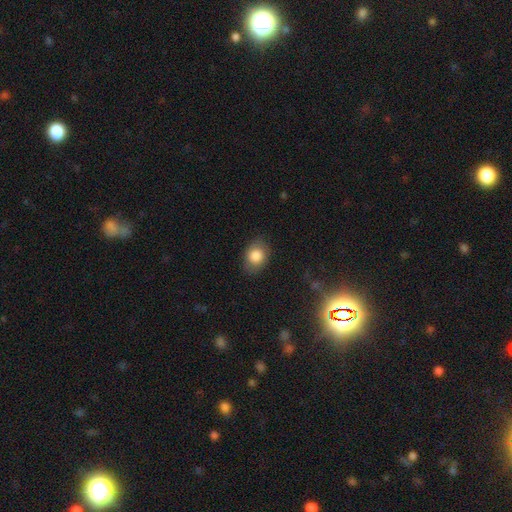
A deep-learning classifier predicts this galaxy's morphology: Smooth or featured? smooth (84%)
How rounded? in between (62%)
Merging? none (82%)